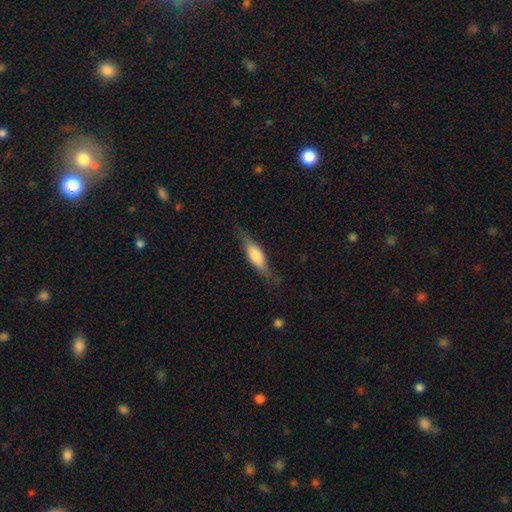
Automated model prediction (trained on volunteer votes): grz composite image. It shows a smooth galaxy with no disk features (63%) that is cigar-shaped (52%). Merging: none (73%).